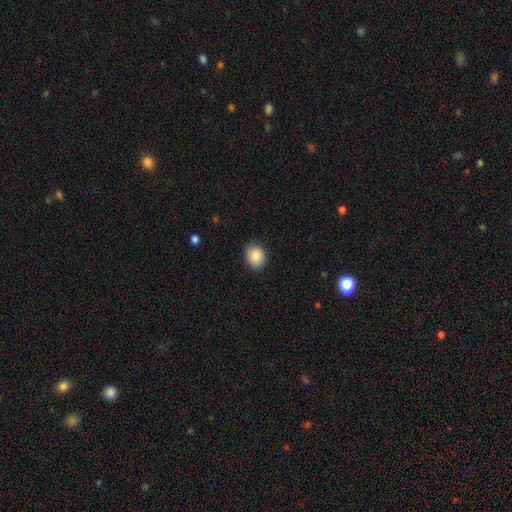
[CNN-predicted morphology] smooth 86%, star or artifact 7%, featured or disk 7%. Down the decision tree: how rounded — in between (55%); merging — none (82%).